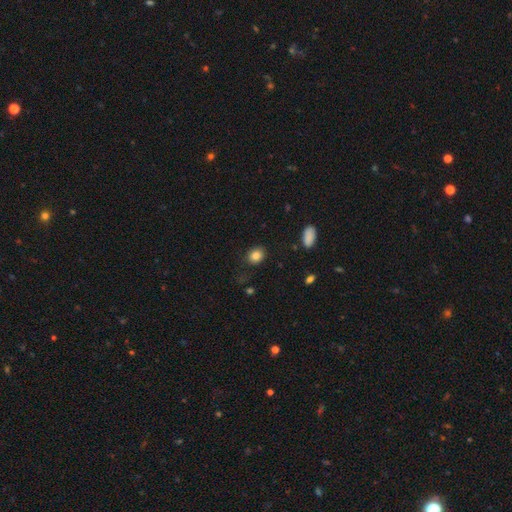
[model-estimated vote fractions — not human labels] Smooth or featured? Predicted: smooth (p=0.84). How rounded? Predicted: round (p=0.60). Merging? Predicted: none (p=0.84).